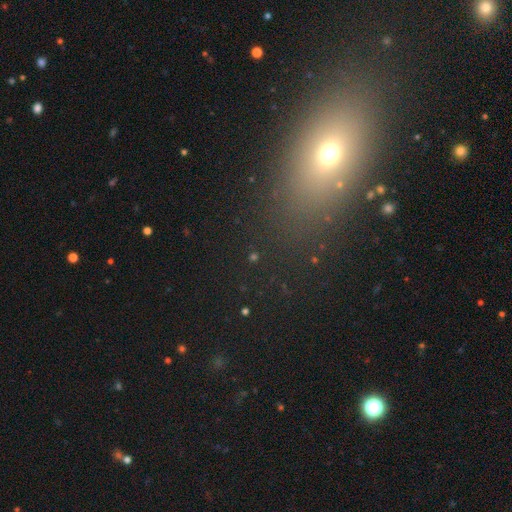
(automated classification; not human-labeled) Overall: star or artifact (44%; smooth 41%).